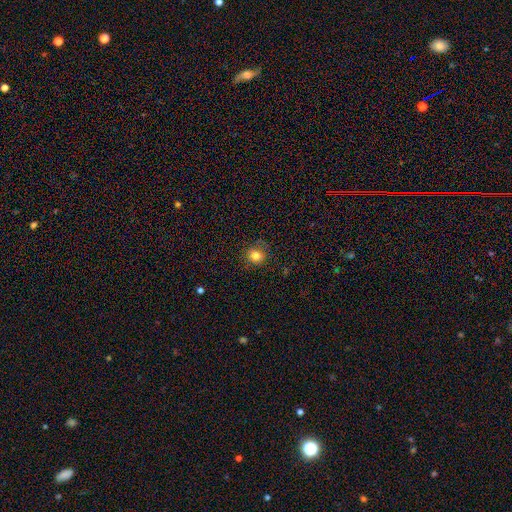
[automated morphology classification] Q: Smooth or featured?
A: smooth (82%); runner-up: star or artifact (13%)
Q: How rounded?
A: round (88%); runner-up: in between (11%)
Q: Merging?
A: none (85%); runner-up: minor disturbance (10%)